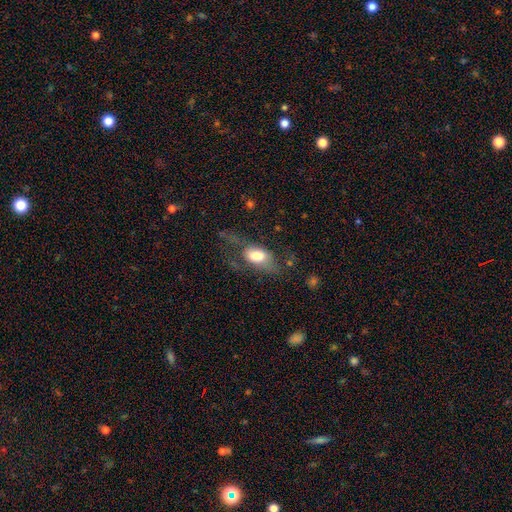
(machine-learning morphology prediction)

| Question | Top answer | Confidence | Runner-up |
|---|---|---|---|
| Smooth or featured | smooth | 64% | featured or disk (28%) |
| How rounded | in between | 87% | round (8%) |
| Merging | major disturbance | 41% | none (32%) |